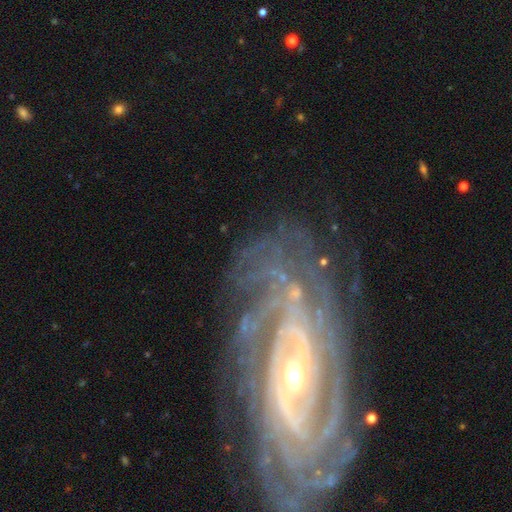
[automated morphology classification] smooth_or_featured: featured or disk (p=0.88) [alt: star or artifact p=0.07]
disk_edge_on: no (p=0.94) [alt: yes p=0.06]
bar: strong (p=0.35) [alt: no p=0.34]
has_spiral_arms: yes (p=0.94) [alt: no p=0.06]
spiral_winding: tight (p=0.69) [alt: medium p=0.24]
spiral_arm_count: can't tell (p=0.30) [alt: 2 p=0.23]
bulge_size: moderate (p=0.53) [alt: small p=0.40]
merging: none (p=0.68) [alt: minor disturbance p=0.18]